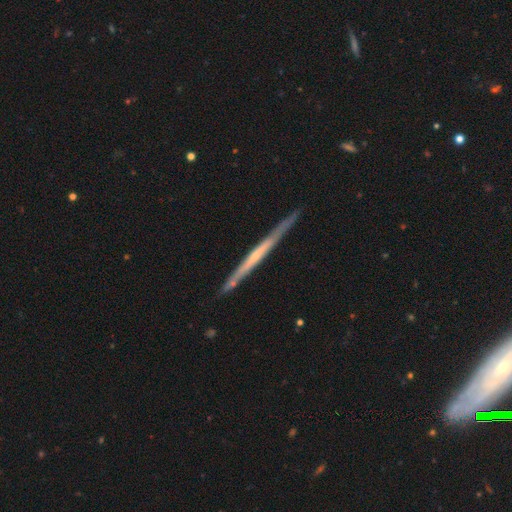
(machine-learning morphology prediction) Smooth or featured?
  - featured or disk: 71% *
  - smooth: 24%
  - star or artifact: 5%
Edge-on disk?
  - yes: 97% *
  - no: 3%
Edge-on bulge?
  - none: 63% *
  - rounded: 32%
  - boxy: 5%
Merging?
  - none: 86% *
  - minor disturbance: 10%
  - merger: 2%
  - major disturbance: 2%